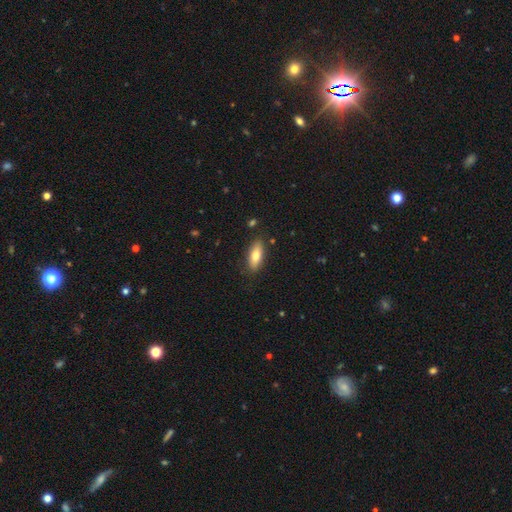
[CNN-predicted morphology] type=smooth (75%); roundness=in between (73%); merging=none (85%).